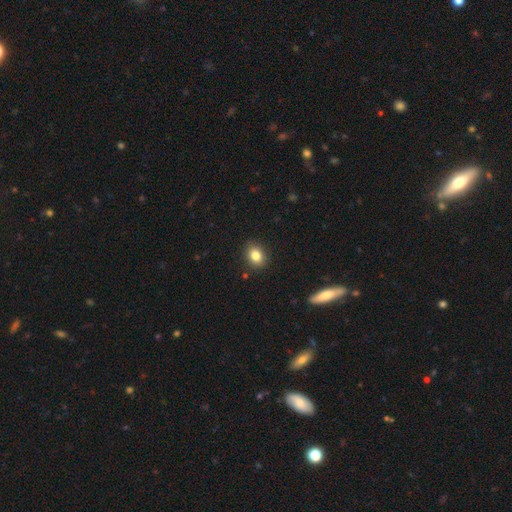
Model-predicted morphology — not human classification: A smooth galaxy with no disk features (83%) that is in between round and cigar-shaped (52%).

Vote fractions:
- Smooth or featured? smooth: 83% / star or artifact: 10% / featured or disk: 7%
- How rounded? in between: 52% / round: 47% / cigar-shaped: 1%
- Merging? none: 88% / minor disturbance: 8% / major disturbance: 2% / merger: 1%